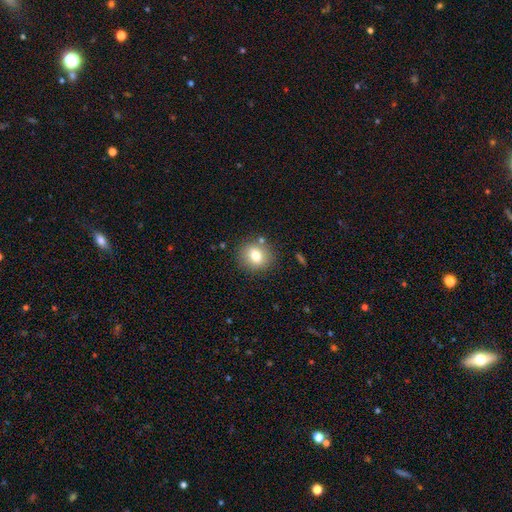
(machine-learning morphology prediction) Smooth or featured? Predicted: smooth (p=0.77). How rounded? Predicted: round (p=0.77). Merging? Predicted: none (p=0.84).